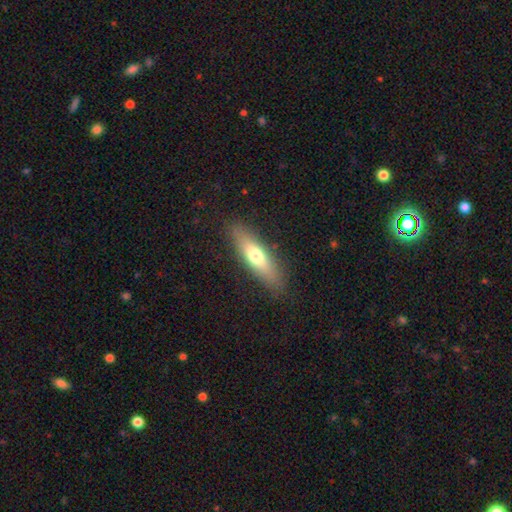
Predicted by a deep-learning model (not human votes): This is likely a smooth galaxy (63%). How rounded: possibly cigar-shaped (58%). Merging: clearly none (86%).